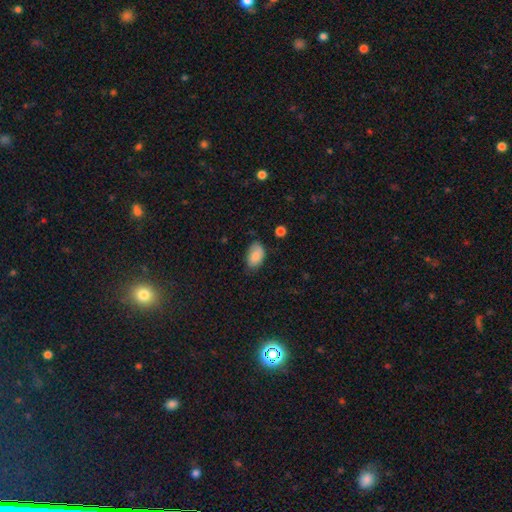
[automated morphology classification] Smooth or featured? Predicted: smooth (p=0.83). How rounded? Predicted: in between (p=0.92). Merging? Predicted: none (p=0.65).